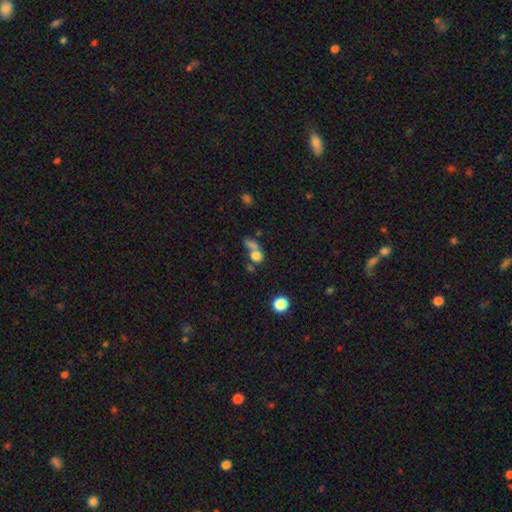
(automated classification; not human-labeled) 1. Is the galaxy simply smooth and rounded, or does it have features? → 71% smooth, 15% featured or disk, 14% star or artifact.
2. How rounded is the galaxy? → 70% round, 26% in between, 4% cigar-shaped.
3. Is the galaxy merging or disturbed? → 47% merger, 29% none, 15% major disturbance, 9% minor disturbance.